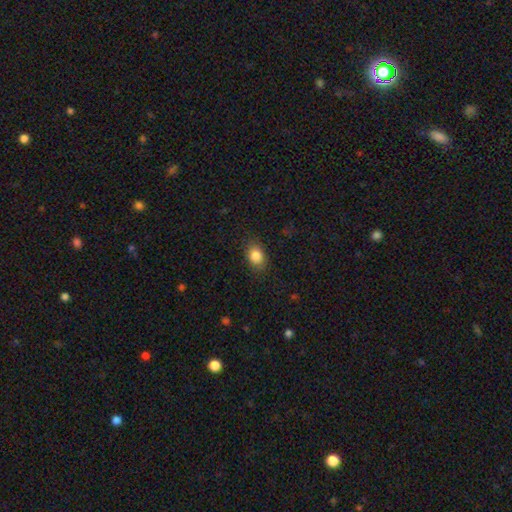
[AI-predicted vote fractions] Smooth or featured? smooth (85%)
How rounded? in between (70%)
Merging? none (85%)